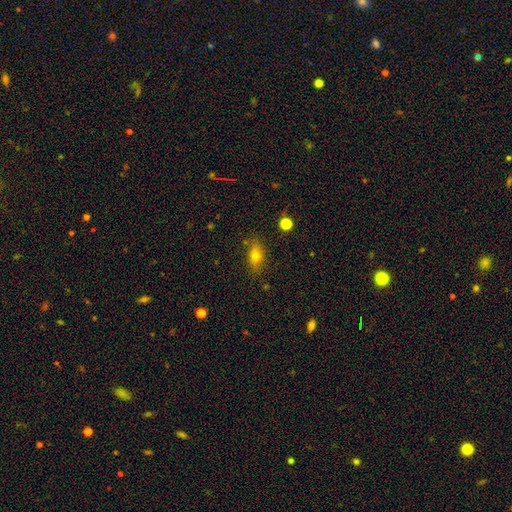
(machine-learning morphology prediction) smooth_or_featured: smooth (p=0.72) [alt: featured or disk p=0.16]
how_rounded: in between (p=0.75) [alt: round p=0.14]
merging: none (p=0.80) [alt: minor disturbance p=0.14]